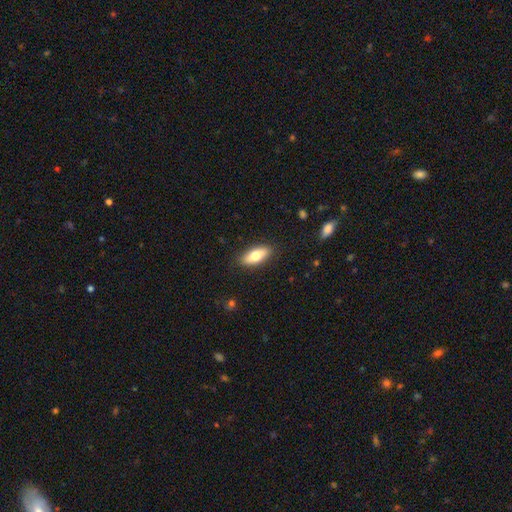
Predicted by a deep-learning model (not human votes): This appears to be a smooth galaxy with no disk features (73%) that is in between round and cigar-shaped (79%). Merging: none (87%).